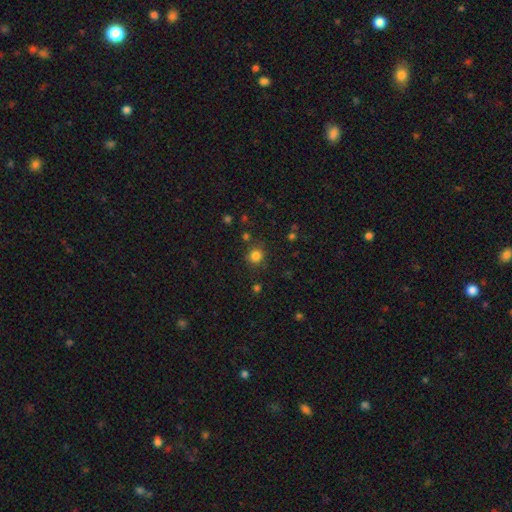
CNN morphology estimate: Smooth or featured? smooth (81%)
How rounded? round (91%)
Merging? none (85%)